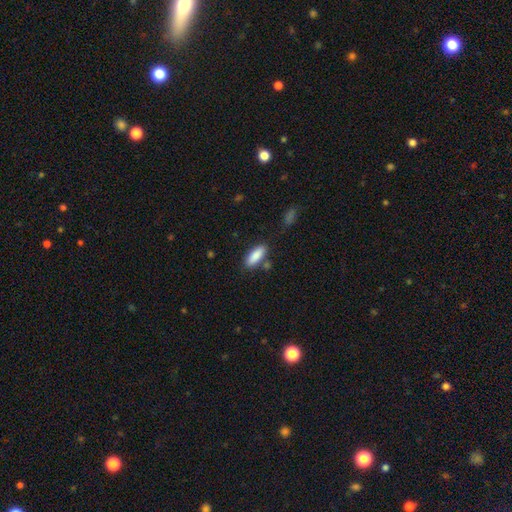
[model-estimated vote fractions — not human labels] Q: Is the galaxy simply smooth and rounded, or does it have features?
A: smooth — 88%.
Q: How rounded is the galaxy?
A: in between — 75%.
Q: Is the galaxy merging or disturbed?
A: none — 78%.